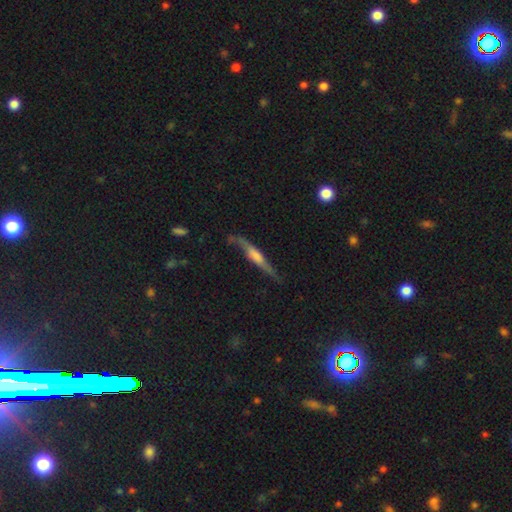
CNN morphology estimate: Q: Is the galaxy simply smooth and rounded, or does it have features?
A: featured or disk — 65%.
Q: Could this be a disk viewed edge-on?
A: yes — 81%.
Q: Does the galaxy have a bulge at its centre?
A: rounded — 46%.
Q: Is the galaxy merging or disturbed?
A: none — 63%.